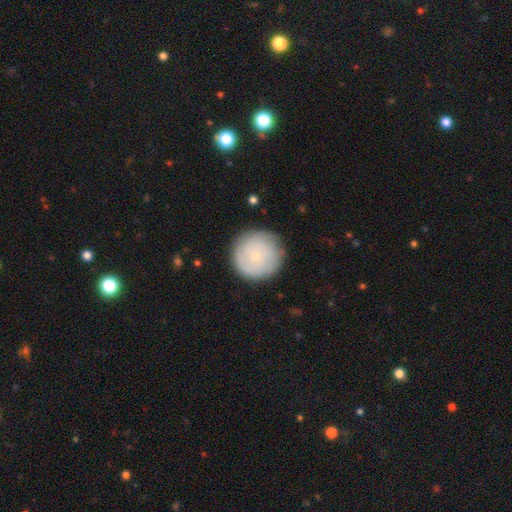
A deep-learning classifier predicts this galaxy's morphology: Q: Smooth or featured?
A: smooth (60%); runner-up: featured or disk (33%)
Q: How rounded?
A: round (95%); runner-up: in between (4%)
Q: Merging?
A: none (85%); runner-up: minor disturbance (11%)